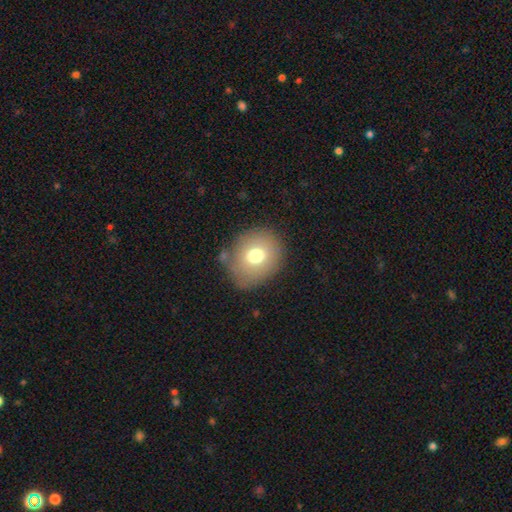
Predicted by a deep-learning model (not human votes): A smooth galaxy with no disk features (72%) that is round (73%).

Vote fractions:
- Smooth or featured? smooth: 72% / featured or disk: 16% / star or artifact: 11%
- How rounded? round: 73% / in between: 26% / cigar-shaped: 1%
- Merging? none: 77% / minor disturbance: 14% / major disturbance: 6% / merger: 3%